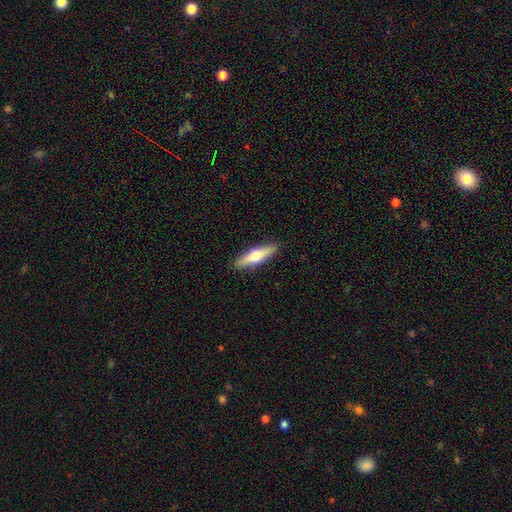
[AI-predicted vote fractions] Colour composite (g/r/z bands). It shows a smooth galaxy with no disk features (48%). Merging: none (91%).